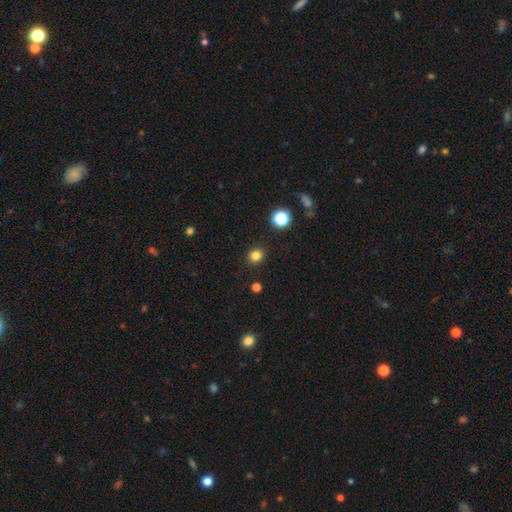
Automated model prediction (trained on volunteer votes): Overall: smooth (82%). How rounded: round (78%). Merging: none (90%).